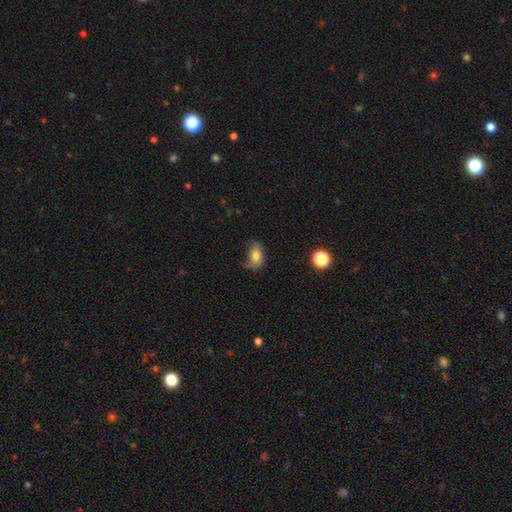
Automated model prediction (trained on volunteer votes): Smooth or featured?
  - smooth: 76% *
  - featured or disk: 15%
  - star or artifact: 10%
How rounded?
  - in between: 86% *
  - round: 10%
  - cigar-shaped: 3%
Merging?
  - none: 43% *
  - minor disturbance: 34%
  - major disturbance: 19%
  - merger: 3%